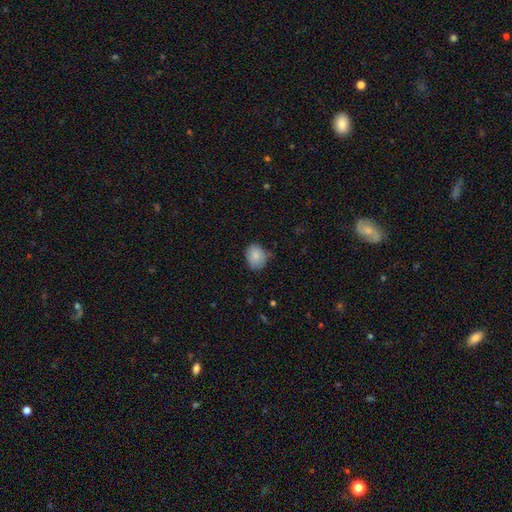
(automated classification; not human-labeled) A smooth galaxy with no disk features (85%) that is round (54%). Merging: none (69%).